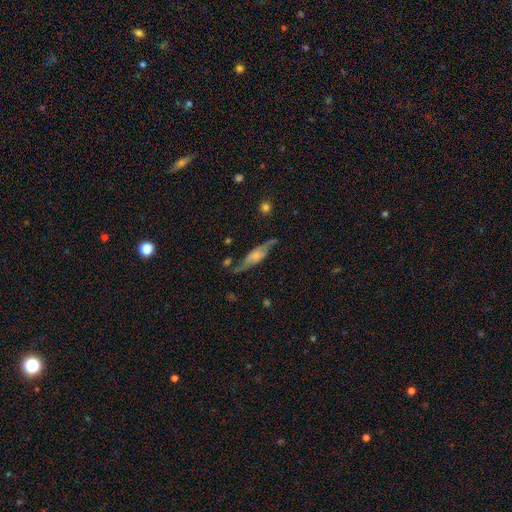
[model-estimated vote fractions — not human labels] featured or disk 70%, smooth 23%, star or artifact 6%. Down the decision tree: edge-on disk — no (52%); merging — none (64%).